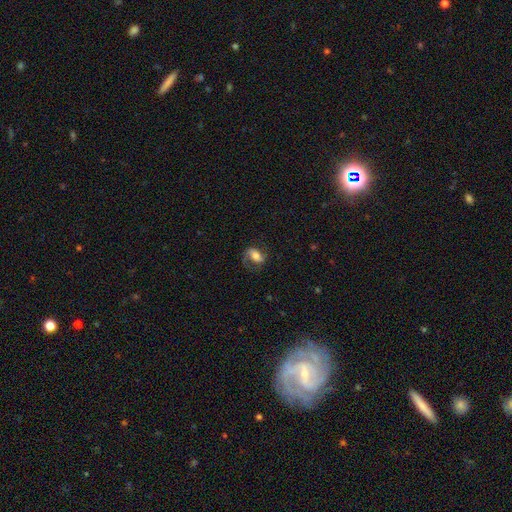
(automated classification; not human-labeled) featured or disk 55%, smooth 37%, star or artifact 8%. Down the decision tree: edge-on disk — no (95%); bar — no (38%); spiral arms — yes (87%); bulge size — moderate (54%); merging — none (58%).